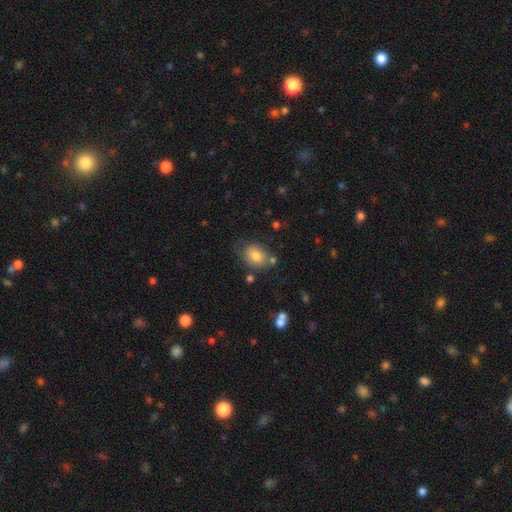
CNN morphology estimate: A smooth galaxy with no disk features (79%) that is in between round and cigar-shaped (59%). Merging: none (67%).